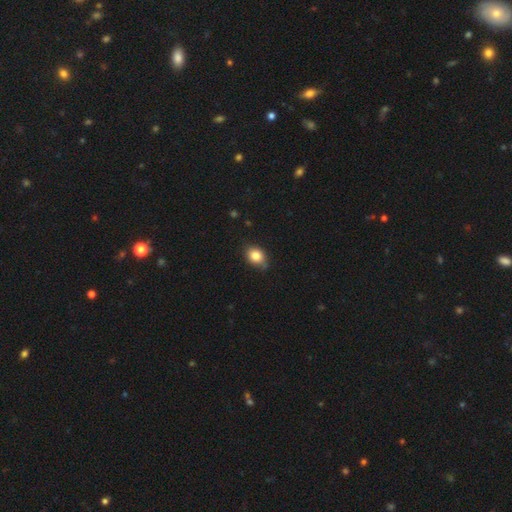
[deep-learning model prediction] A smooth galaxy with no disk features (83%) that is in between round and cigar-shaped (57%). Merging: none (73%).